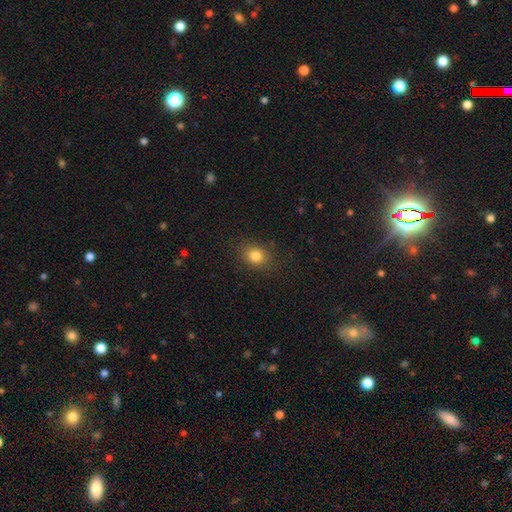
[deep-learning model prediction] Overall: smooth (82%). How rounded: round (60%; in between 39%). Merging: none (85%).